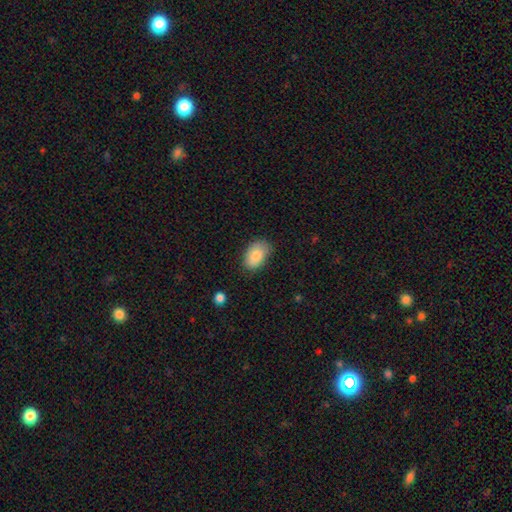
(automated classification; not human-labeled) A smooth galaxy with no disk features (85%) that is in between round and cigar-shaped (90%). Merging: none (74%).